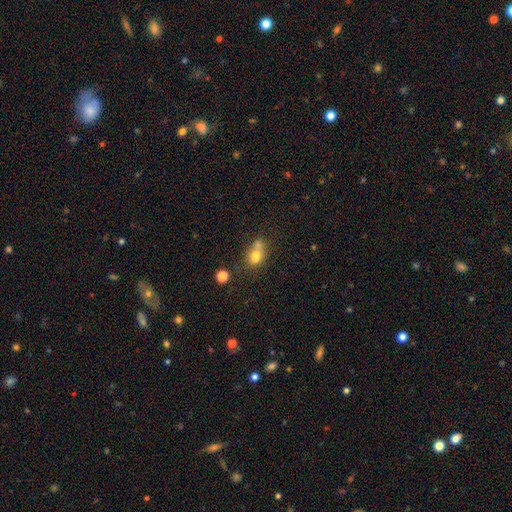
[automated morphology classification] The model was most divided on "merging": merger: 46%, none: 29%, minor disturbance: 16%, major disturbance: 10%. More confident: smooth or featured — smooth (70%); how rounded — in between (60%).